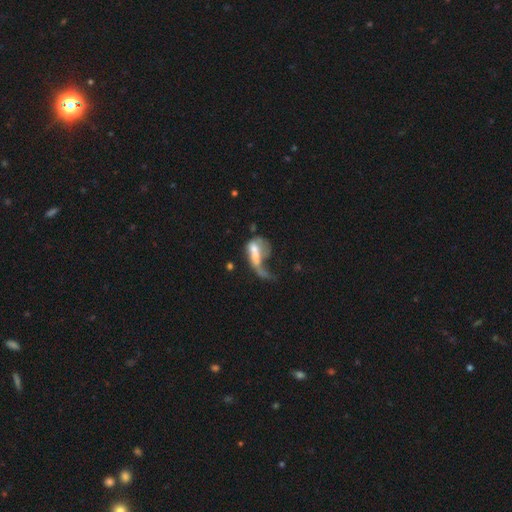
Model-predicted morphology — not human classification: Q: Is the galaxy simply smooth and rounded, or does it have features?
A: featured or disk — 48%.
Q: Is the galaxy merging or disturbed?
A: major disturbance — 45%.